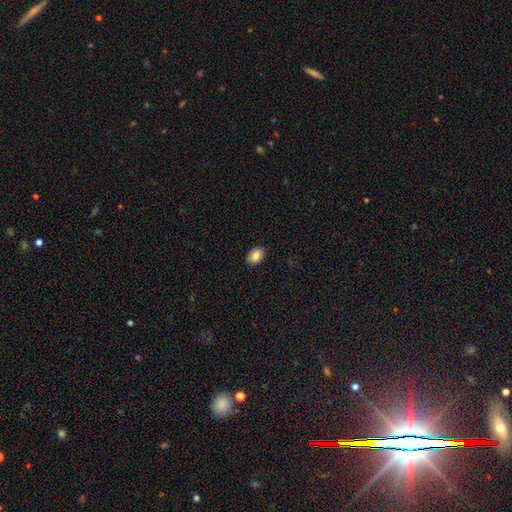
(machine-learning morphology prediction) Smooth or featured? Predicted: smooth (p=0.83). How rounded? Predicted: in between (p=0.82). Merging? Predicted: none (p=0.88).